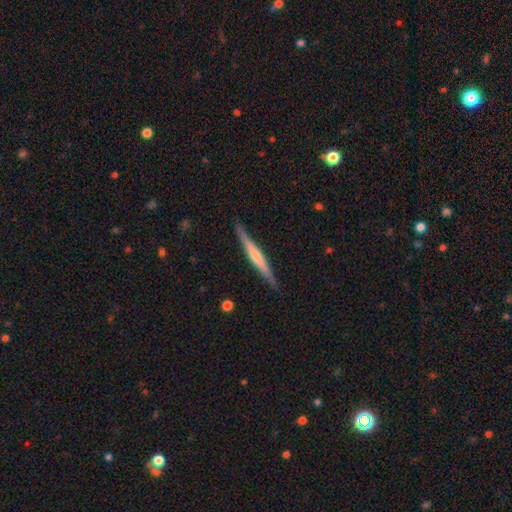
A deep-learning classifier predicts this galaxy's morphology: Smooth or featured?
  - featured or disk: 67% *
  - smooth: 27%
  - star or artifact: 5%
Edge-on disk?
  - yes: 98% *
  - no: 2%
Edge-on bulge?
  - rounded: 58% *
  - none: 29%
  - boxy: 12%
Merging?
  - none: 91% *
  - minor disturbance: 7%
  - major disturbance: 1%
  - merger: 1%